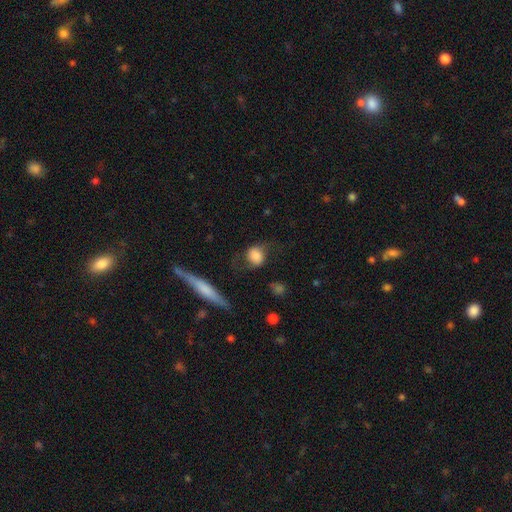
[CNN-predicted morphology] smooth_or_featured: smooth (p=0.67) [alt: featured or disk p=0.24]
how_rounded: round (p=0.68) [alt: in between p=0.29]
merging: none (p=0.54) [alt: minor disturbance p=0.25]